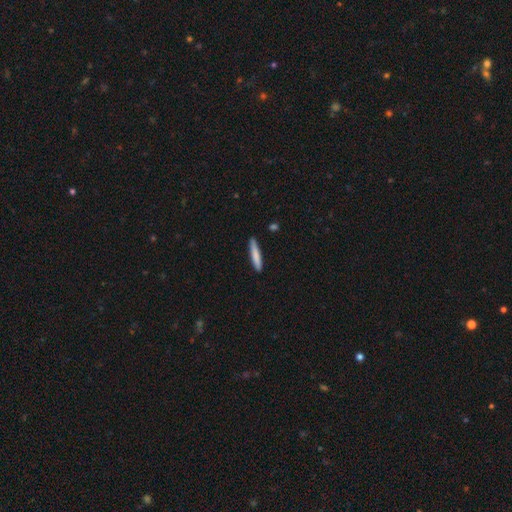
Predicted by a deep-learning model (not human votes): Overall: smooth (80%). How rounded: cigar-shaped (91%). Merging: none (87%).